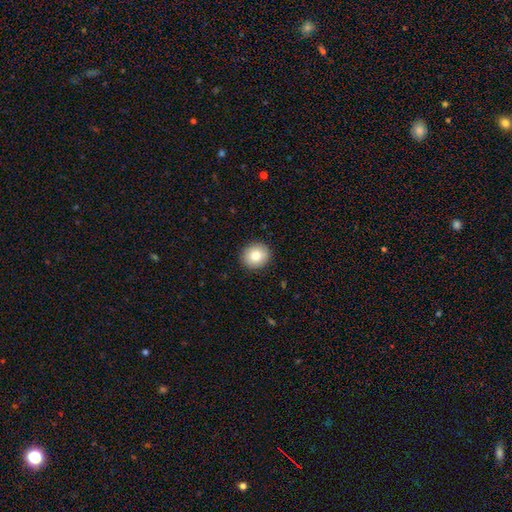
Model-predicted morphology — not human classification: smooth-or-featured: smooth: 82% | featured or disk: 9% | star or artifact: 9%
  how-rounded: round: 84% | in between: 15% | cigar-shaped: 1%
  merging: none: 91% | minor disturbance: 6% | major disturbance: 2% | merger: 1%